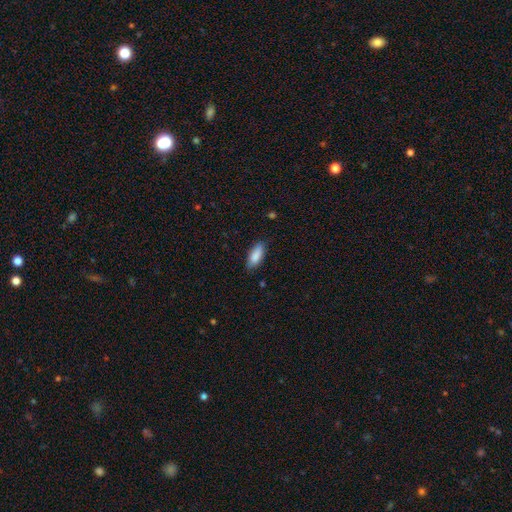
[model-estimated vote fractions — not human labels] smooth-or-featured: smooth: 87% | featured or disk: 7% | star or artifact: 6%
  how-rounded: in between: 79% | cigar-shaped: 19% | round: 2%
  merging: none: 81% | minor disturbance: 15% | major disturbance: 3% | merger: 1%